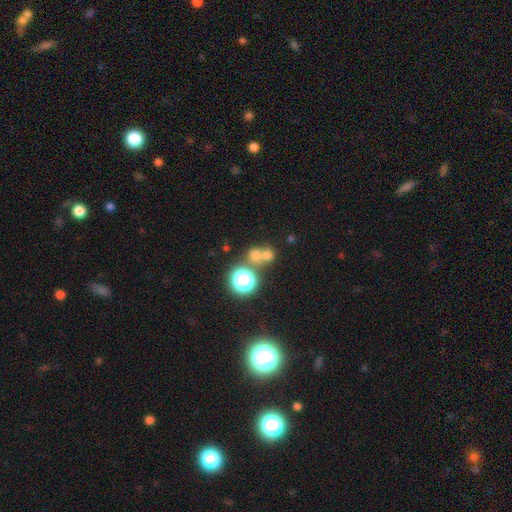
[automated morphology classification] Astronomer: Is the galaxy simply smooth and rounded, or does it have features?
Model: smooth — 64%.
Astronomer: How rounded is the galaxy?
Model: round — 84%.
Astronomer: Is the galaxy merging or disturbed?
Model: none — 49% (runner-up: merger, 41%).